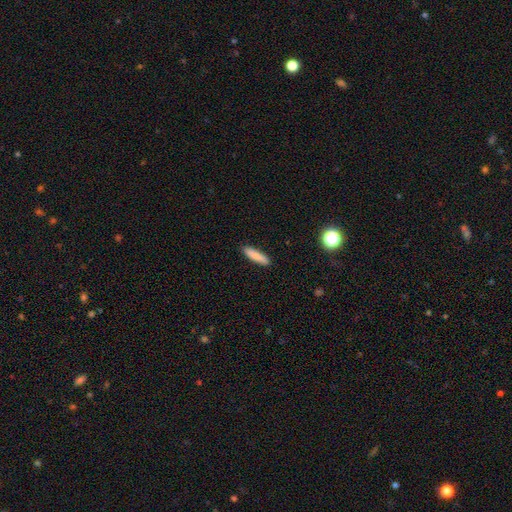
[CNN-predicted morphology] This is clearly a smooth galaxy (84%). How rounded: likely cigar-shaped (79%). Merging: clearly none (89%).